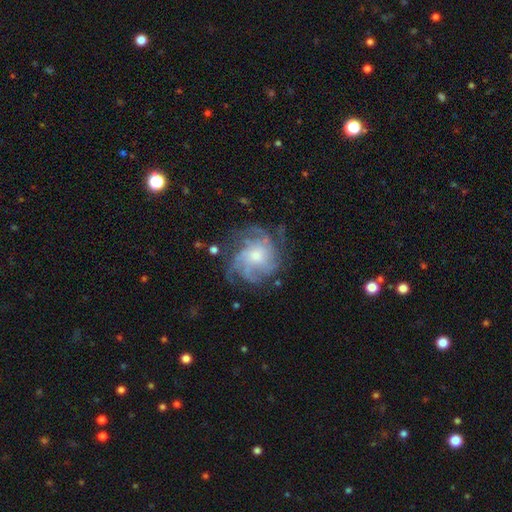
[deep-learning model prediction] Smooth or featured: featured or disk — 81% (smooth — 11%)
Edge-on disk: no — 98% (yes — 2%)
Bar: no — 75% (weak — 22%)
Spiral arms: yes — 94% (no — 6%)
Spiral winding: tight — 46% (medium — 39%)
Spiral arm count: 4 — 31% (can't tell — 25%)
Bulge size: moderate — 45% (small — 42%)
Merging: none — 69% (minor disturbance — 17%)